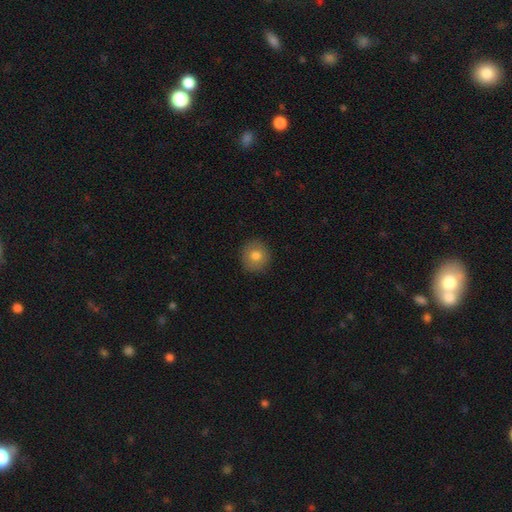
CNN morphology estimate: A smooth galaxy with no disk features (78%) that is round (91%). Merging: none (90%).